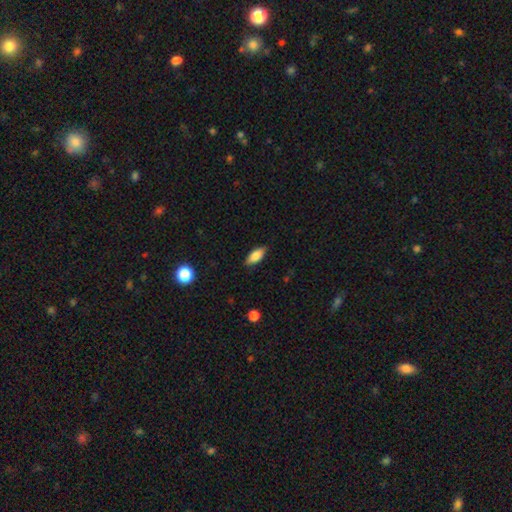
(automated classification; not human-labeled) Smooth or featured? smooth (79%)
How rounded? in between (83%)
Merging? none (85%)